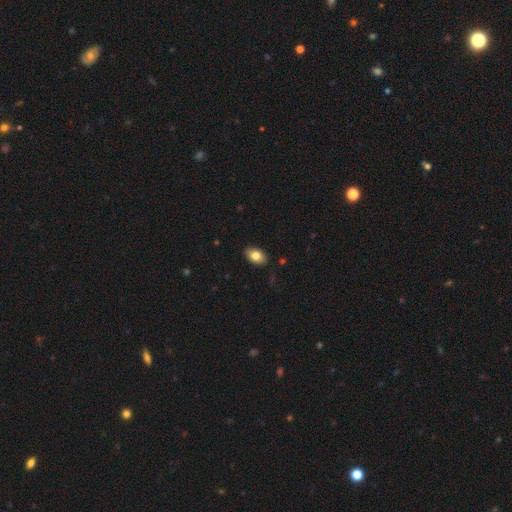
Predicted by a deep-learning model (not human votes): Smooth or featured?
  - smooth: 82% *
  - featured or disk: 10%
  - star or artifact: 8%
How rounded?
  - in between: 89% *
  - round: 10%
  - cigar-shaped: 1%
Merging?
  - none: 88% *
  - minor disturbance: 9%
  - major disturbance: 2%
  - merger: 1%